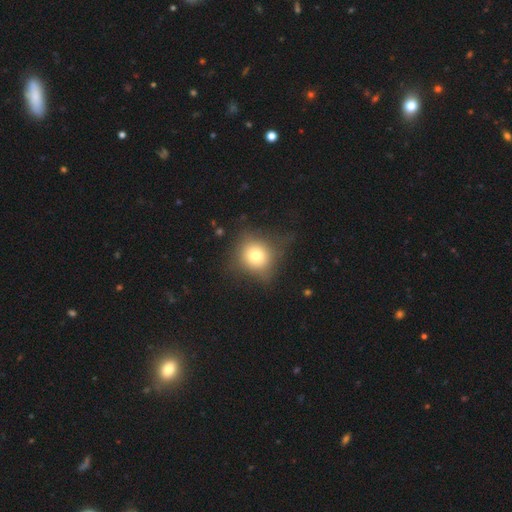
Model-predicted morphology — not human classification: The model was most divided on "merging": none: 64%, minor disturbance: 23%, major disturbance: 12%, merger: 2%. More confident: how rounded — round (82%); smooth or featured — smooth (72%).